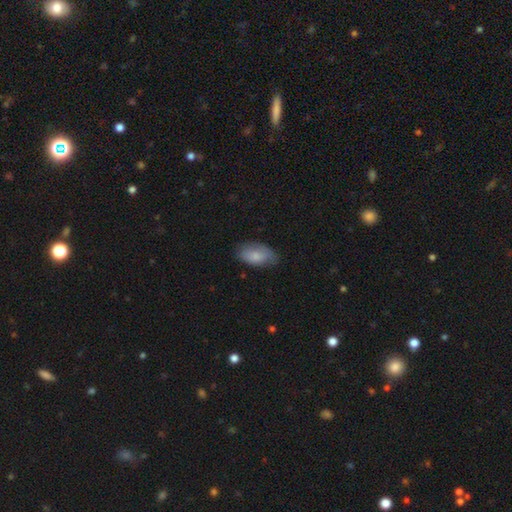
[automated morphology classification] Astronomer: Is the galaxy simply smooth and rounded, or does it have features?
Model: smooth — 80%.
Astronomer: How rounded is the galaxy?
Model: in between — 93%.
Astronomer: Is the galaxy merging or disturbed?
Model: none — 68%.